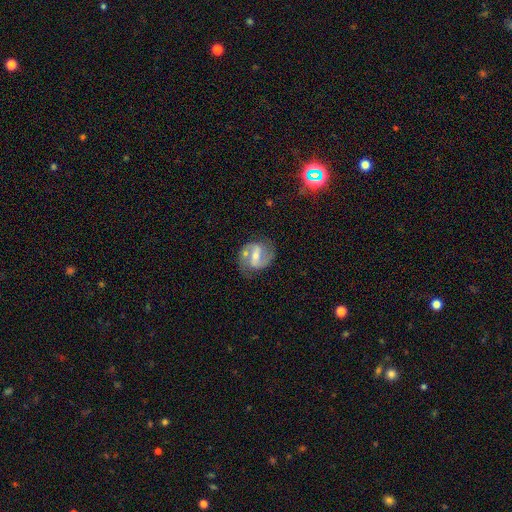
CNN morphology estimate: A featured or disk galaxy (85%) with a strong bar (49%), 2 (91%) medium (57%) spiral arms (95%) and a moderate central bulge (48%). Merging: none (72%).